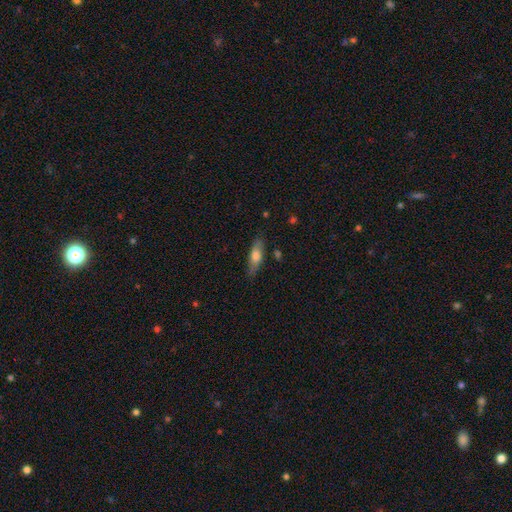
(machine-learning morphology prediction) Smooth or featured?
  - smooth: 63% *
  - featured or disk: 31%
  - star or artifact: 7%
How rounded?
  - cigar-shaped: 52% *
  - in between: 46%
  - round: 3%
Merging?
  - none: 80% *
  - minor disturbance: 15%
  - major disturbance: 3%
  - merger: 2%